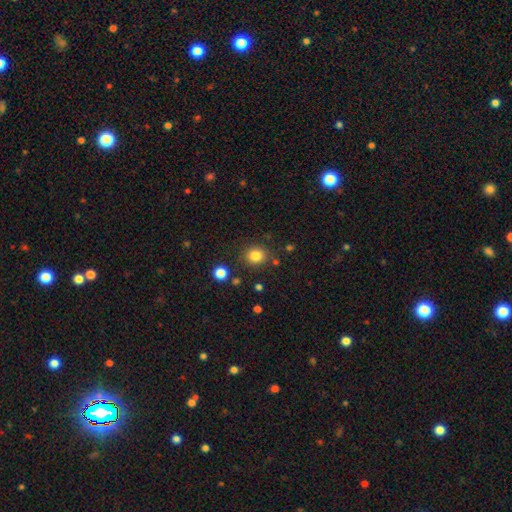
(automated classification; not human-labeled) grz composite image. It shows a smooth galaxy with no disk features (83%) that is round (78%). Merging: none (84%).